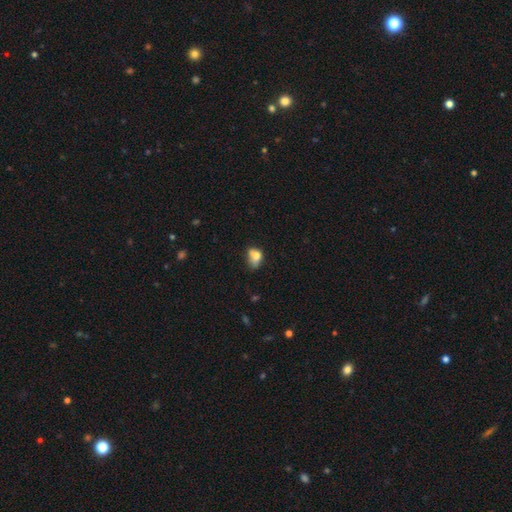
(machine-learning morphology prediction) The model was most divided on "merging": minor disturbance: 33%, none: 28%, major disturbance: 20%, merger: 19%. More confident: smooth or featured — smooth (71%); how rounded — in between (70%).